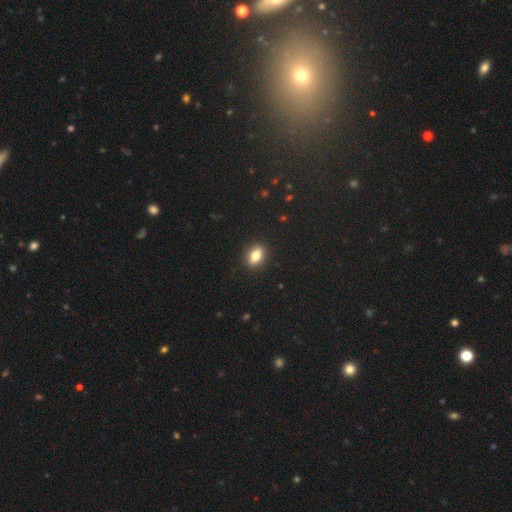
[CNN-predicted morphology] Q: Smooth or featured?
A: smooth (79%); runner-up: featured or disk (11%)
Q: How rounded?
A: in between (77%); runner-up: round (18%)
Q: Merging?
A: none (90%); runner-up: minor disturbance (7%)